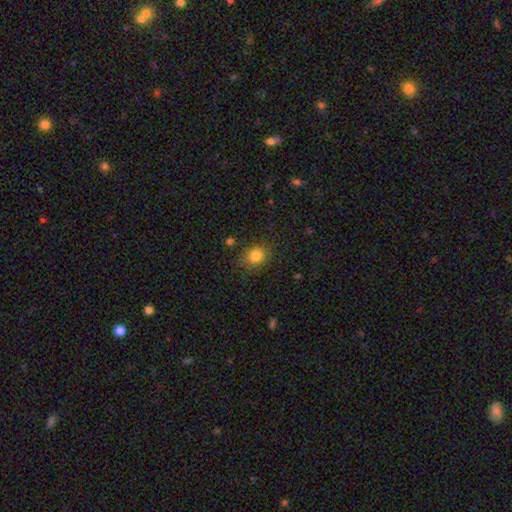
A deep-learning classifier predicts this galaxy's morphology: type=smooth (83%); roundness=round (63%); merging=none (79%).